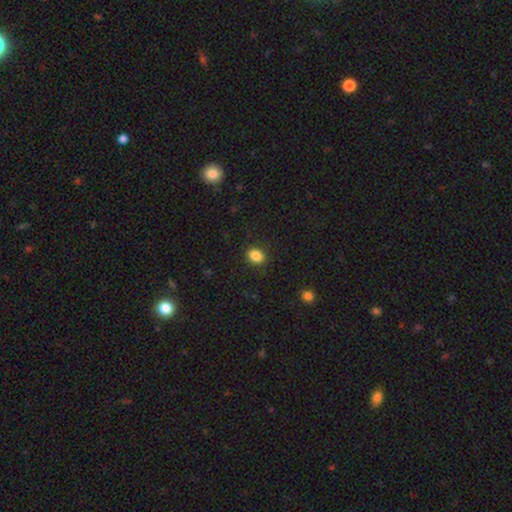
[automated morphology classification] Smooth or featured: smooth — 86% (star or artifact — 10%)
How rounded: in between — 52% (round — 47%)
Merging: none — 89% (minor disturbance — 8%)